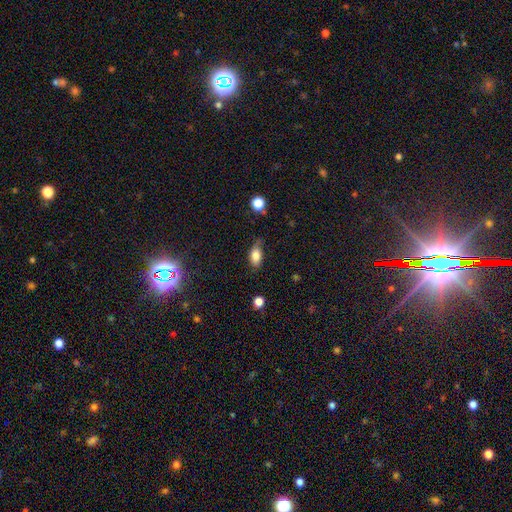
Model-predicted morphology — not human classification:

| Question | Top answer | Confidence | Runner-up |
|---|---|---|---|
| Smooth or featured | smooth | 79% | featured or disk (12%) |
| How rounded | in between | 87% | round (7%) |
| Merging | none | 60% | minor disturbance (29%) |